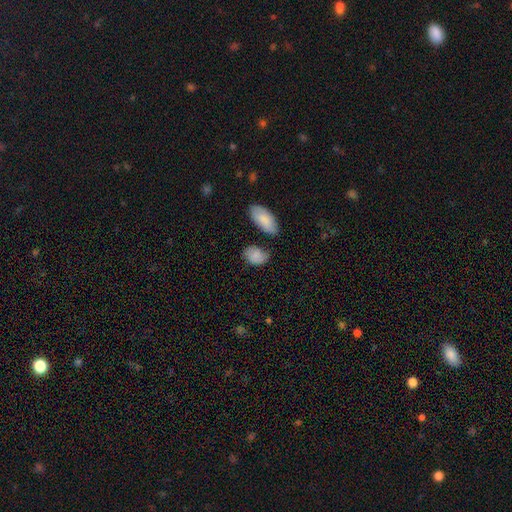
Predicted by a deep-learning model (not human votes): smooth_or_featured: smooth (p=0.84) [alt: featured or disk p=0.09]
how_rounded: in between (p=0.82) [alt: round p=0.16]
merging: none (p=0.59) [alt: minor disturbance p=0.24]